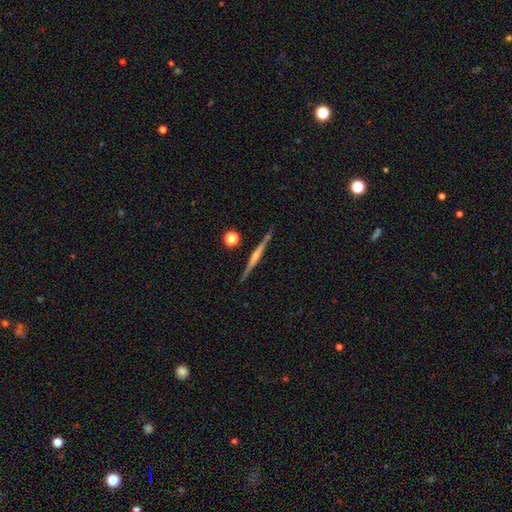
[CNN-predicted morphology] Overall: featured or disk (80%). Edge-on disk: yes (98%). Edge-on bulge: rounded (72%). Merging: none (91%).